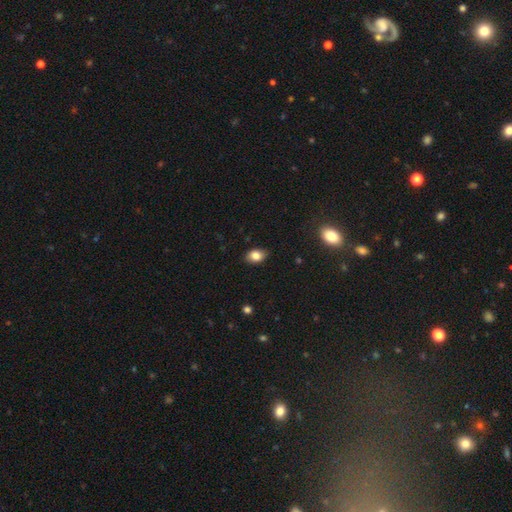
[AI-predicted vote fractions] This is clearly a smooth galaxy (83%). How rounded: likely in between (78%). Merging: clearly none (84%).